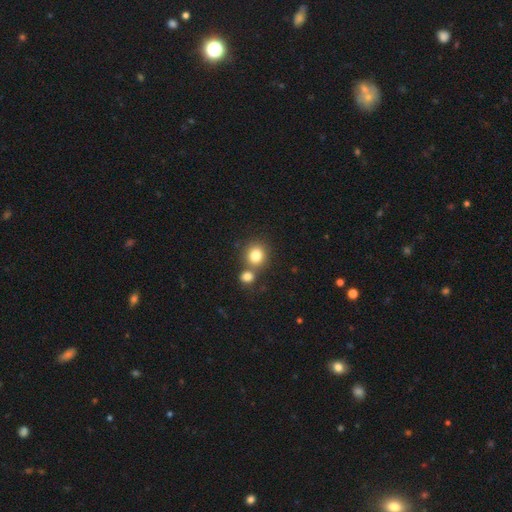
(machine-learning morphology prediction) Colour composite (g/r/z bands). It shows a smooth galaxy with no disk features (81%) that is round (84%). Merging: none (59%).